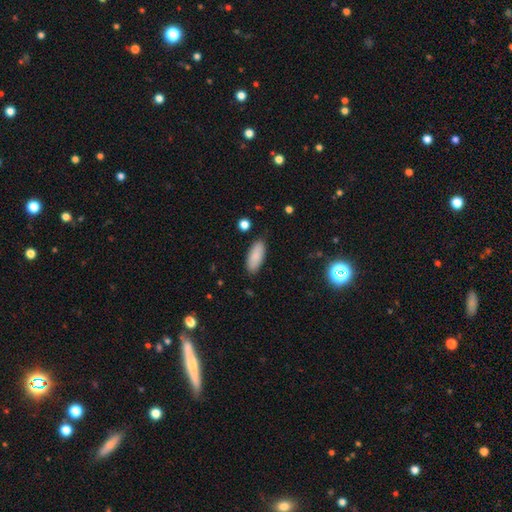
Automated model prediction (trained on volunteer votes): smooth-or-featured: smooth: 88% | star or artifact: 6% | featured or disk: 6%
  how-rounded: in between: 80% | cigar-shaped: 19% | round: 2%
  merging: none: 86% | minor disturbance: 10% | major disturbance: 2% | merger: 1%